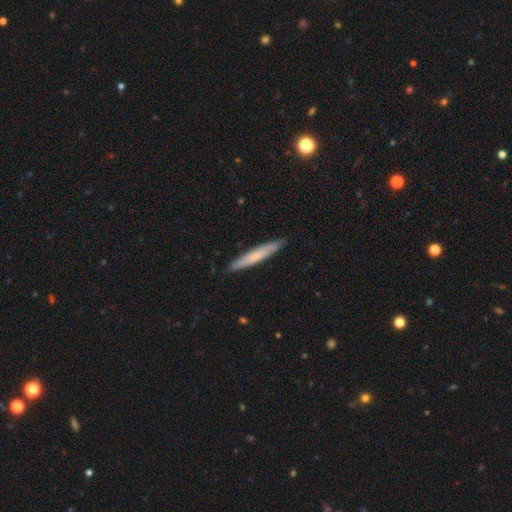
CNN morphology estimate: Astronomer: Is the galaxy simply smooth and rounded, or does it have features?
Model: smooth — 64%.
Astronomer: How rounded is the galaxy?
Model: cigar-shaped — 94%.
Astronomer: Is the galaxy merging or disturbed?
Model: none — 89%.